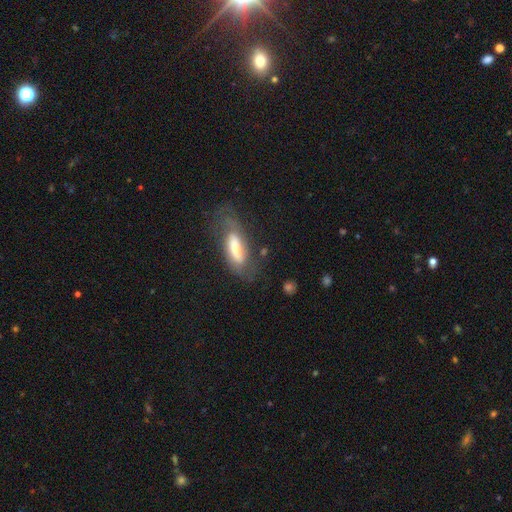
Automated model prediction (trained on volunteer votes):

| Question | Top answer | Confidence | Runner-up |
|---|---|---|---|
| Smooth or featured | featured or disk | 47% | smooth (41%) |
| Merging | none | 58% | minor disturbance (23%) |